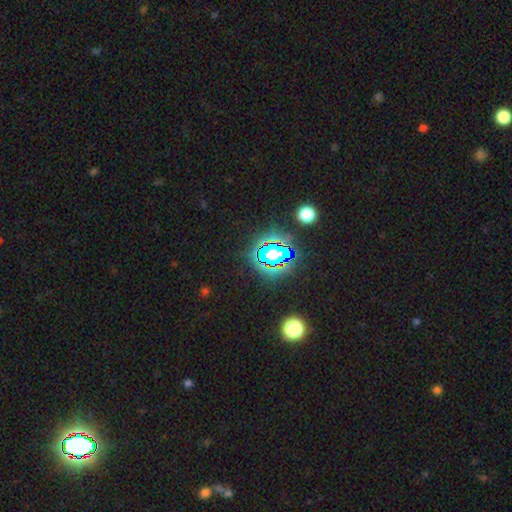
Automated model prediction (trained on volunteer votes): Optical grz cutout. It shows a star or artifact, not a galaxy (80%).